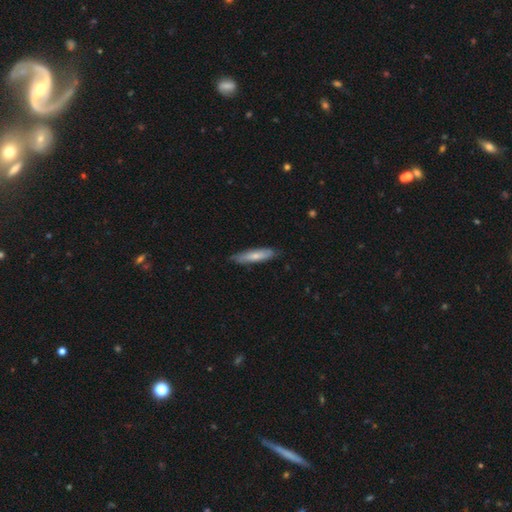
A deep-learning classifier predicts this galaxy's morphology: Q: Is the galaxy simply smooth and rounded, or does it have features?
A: smooth — 64%.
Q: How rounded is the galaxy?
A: cigar-shaped — 75%.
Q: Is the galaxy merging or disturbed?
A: none — 75%.